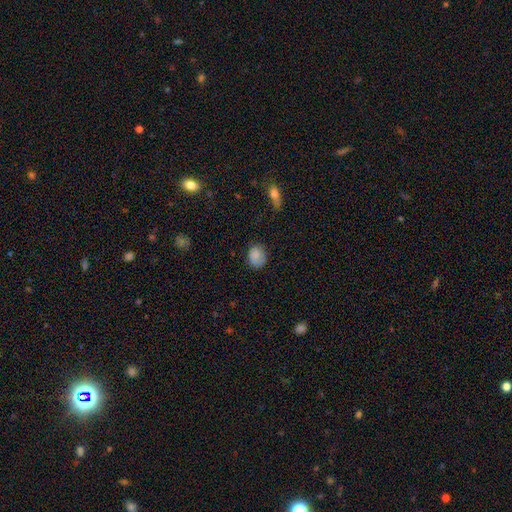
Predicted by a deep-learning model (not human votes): smooth 83%, star or artifact 9%, featured or disk 8%. Down the decision tree: how rounded — round (53%); merging — none (68%).